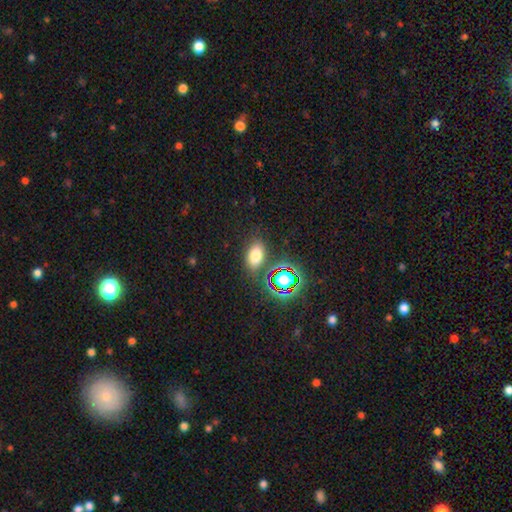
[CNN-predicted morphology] A smooth galaxy with no disk features (69%) that is in between round and cigar-shaped (84%). Merging: none (77%).